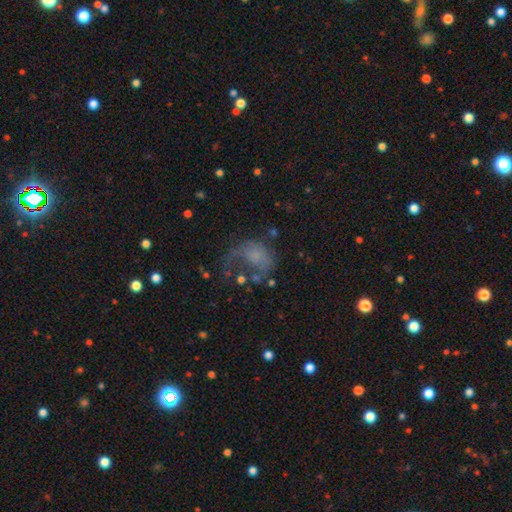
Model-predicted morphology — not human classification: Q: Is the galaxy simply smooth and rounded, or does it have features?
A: featured or disk — 43%.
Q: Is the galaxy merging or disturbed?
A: major disturbance — 53%.